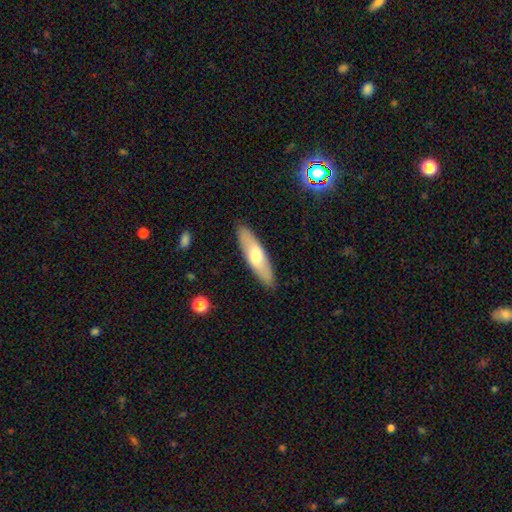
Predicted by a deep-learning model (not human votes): Smooth or featured: smooth — 60% (featured or disk — 35%)
How rounded: cigar-shaped — 59% (in between — 39%)
Merging: none — 89% (minor disturbance — 9%)